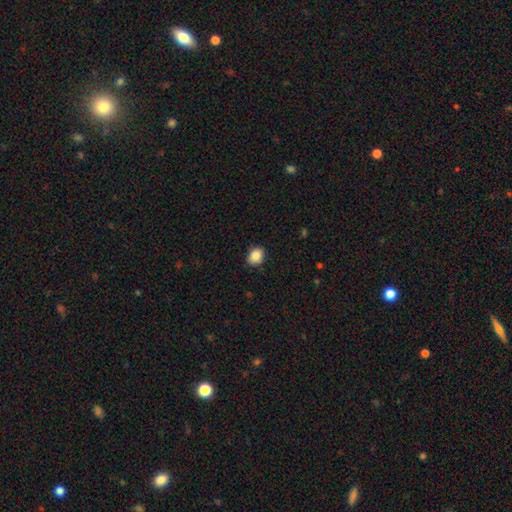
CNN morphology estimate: This is clearly a smooth galaxy (87%). How rounded: possibly in between (55%). Merging: clearly none (82%).